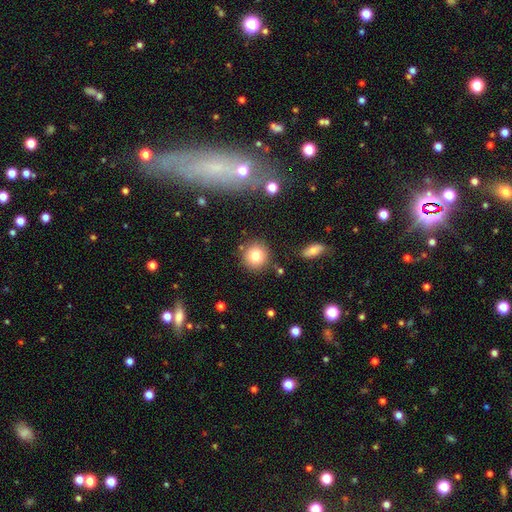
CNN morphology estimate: Smooth or featured: smooth — 80% (star or artifact — 10%)
How rounded: round — 90% (in between — 9%)
Merging: none — 84% (minor disturbance — 9%)